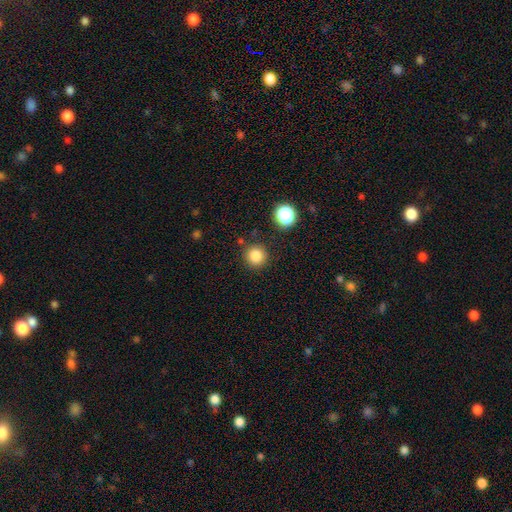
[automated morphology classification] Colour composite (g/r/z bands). It shows a smooth galaxy with no disk features (83%) that is round (94%). Merging: none (88%).